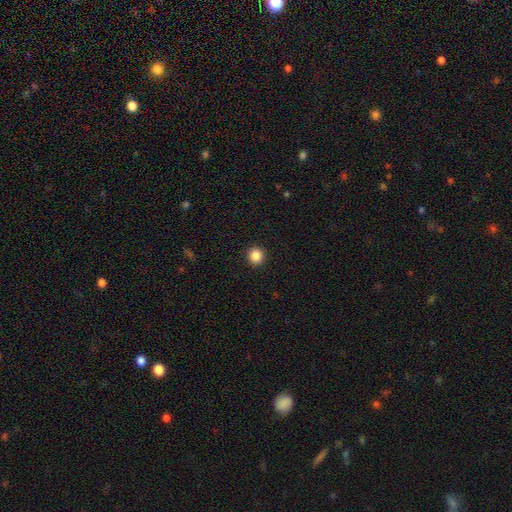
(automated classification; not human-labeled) Smooth or featured: smooth — 86% (star or artifact — 10%)
How rounded: round — 92% (in between — 7%)
Merging: none — 93% (minor disturbance — 4%)